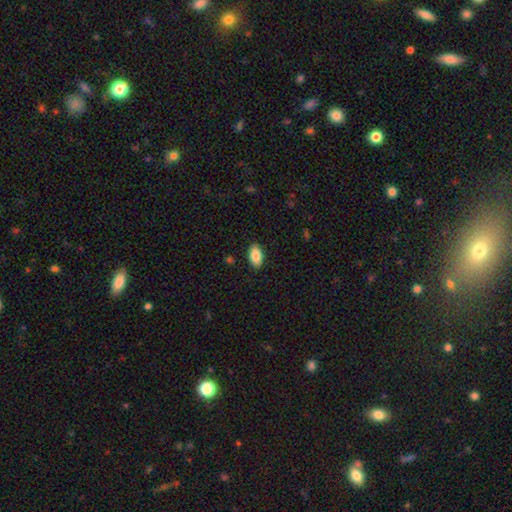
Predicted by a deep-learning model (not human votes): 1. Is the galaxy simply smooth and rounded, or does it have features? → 85% smooth, 8% featured or disk, 7% star or artifact.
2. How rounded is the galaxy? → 93% in between, 3% round, 3% cigar-shaped.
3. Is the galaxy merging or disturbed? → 89% none, 8% minor disturbance, 2% major disturbance, 1% merger.